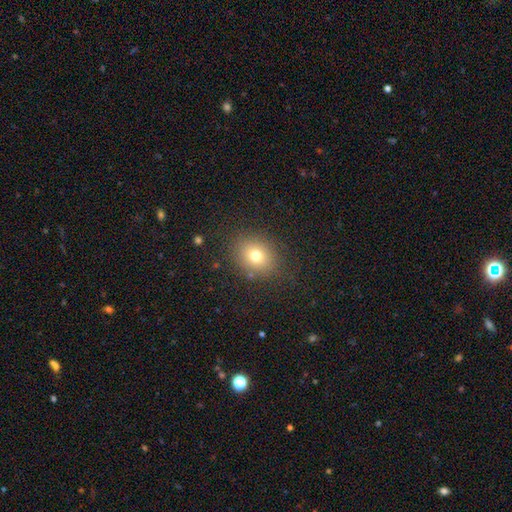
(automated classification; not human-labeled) Smooth or featured?
  - smooth: 74% *
  - star or artifact: 14%
  - featured or disk: 12%
How rounded?
  - round: 59% *
  - in between: 40%
  - cigar-shaped: 1%
Merging?
  - none: 84% *
  - minor disturbance: 10%
  - major disturbance: 5%
  - merger: 1%